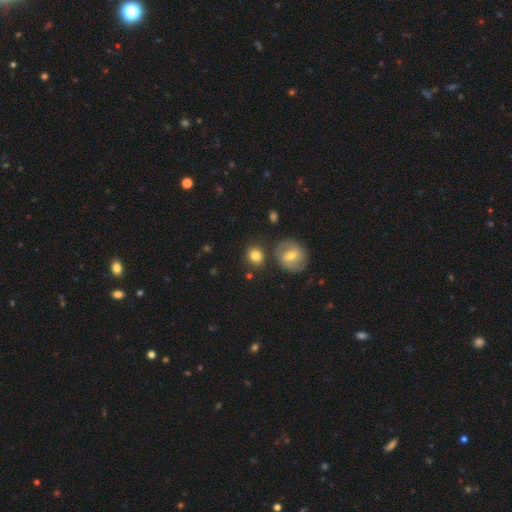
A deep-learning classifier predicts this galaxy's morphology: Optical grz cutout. It shows a smooth galaxy with no disk features (81%) that is round (82%). Merging: none (79%).